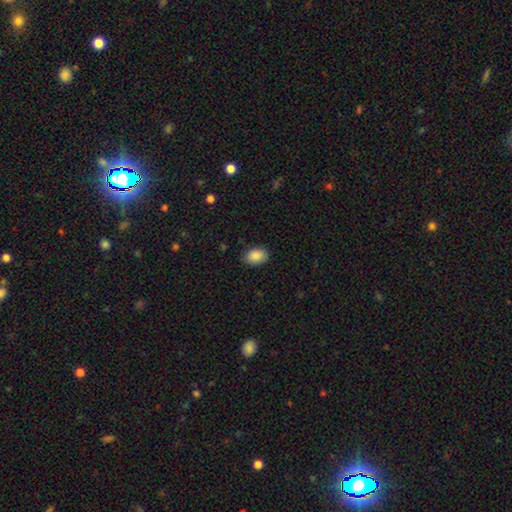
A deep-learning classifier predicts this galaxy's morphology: smooth-or-featured: smooth: 89% | star or artifact: 7% | featured or disk: 4%
  how-rounded: in between: 87% | round: 12% | cigar-shaped: 1%
  merging: none: 86% | minor disturbance: 10% | major disturbance: 2% | merger: 1%